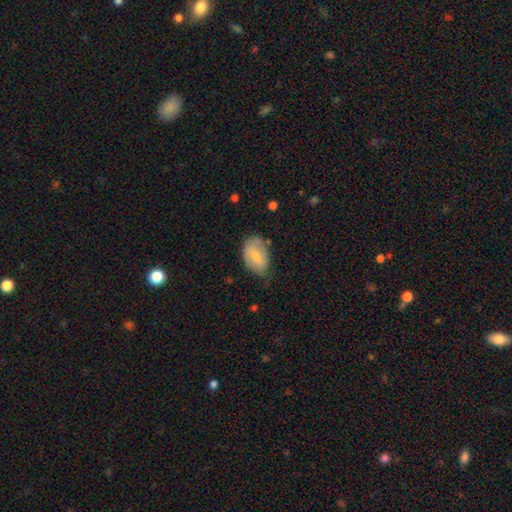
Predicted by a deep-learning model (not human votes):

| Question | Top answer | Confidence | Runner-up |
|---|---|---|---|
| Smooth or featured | smooth | 63% | featured or disk (30%) |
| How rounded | in between | 86% | round (12%) |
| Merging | none | 53% | minor disturbance (36%) |